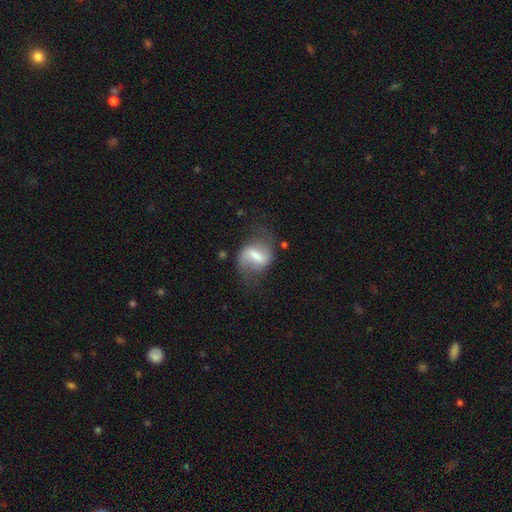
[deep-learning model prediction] Smooth or featured? featured or disk (62%)
Edge-on disk? no (94%)
Bar? strong (47%)
Spiral arms? yes (79%)
Bulge size? moderate (40%)
Merging? none (58%)